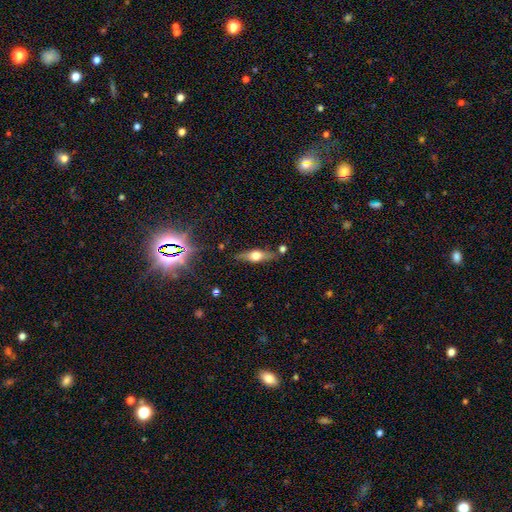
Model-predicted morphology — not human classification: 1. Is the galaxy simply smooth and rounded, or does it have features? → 54% featured or disk, 36% smooth, 10% star or artifact.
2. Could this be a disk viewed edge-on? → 90% yes, 10% no.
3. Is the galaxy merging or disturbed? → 78% none, 14% minor disturbance, 5% merger, 4% major disturbance.